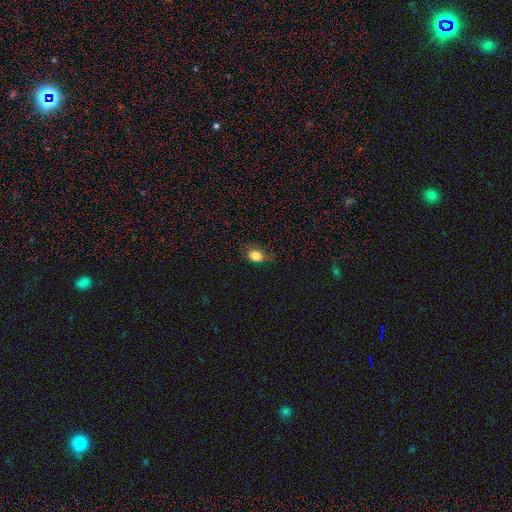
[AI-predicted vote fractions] Smooth or featured? Predicted: smooth (p=0.82). How rounded? Predicted: in between (p=0.56). Merging? Predicted: none (p=0.69).